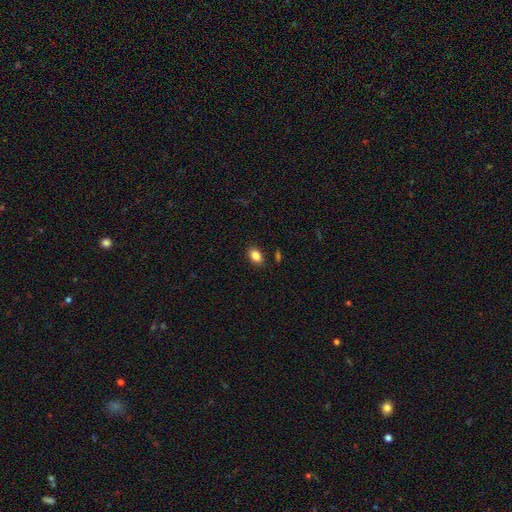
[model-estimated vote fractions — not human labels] Smooth or featured? smooth (85%)
How rounded? in between (82%)
Merging? none (86%)